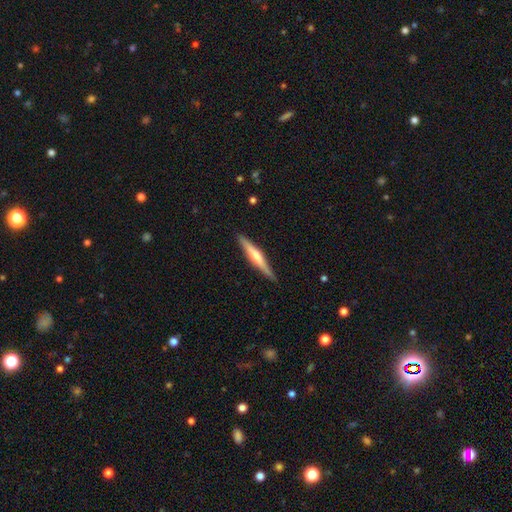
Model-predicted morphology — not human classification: smooth_or_featured: featured or disk (p=0.63) [alt: smooth p=0.31]
disk_edge_on: yes (p=0.97) [alt: no p=0.03]
edge_on_bulge: rounded (p=0.76) [alt: boxy p=0.12]
merging: none (p=0.88) [alt: minor disturbance p=0.09]